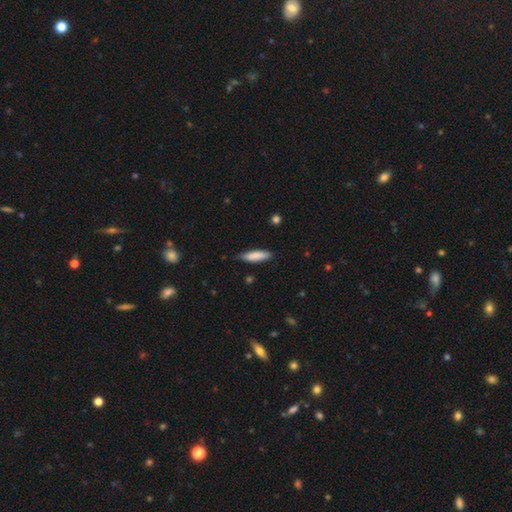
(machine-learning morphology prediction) Smooth or featured?
  - smooth: 86% *
  - featured or disk: 9%
  - star or artifact: 6%
How rounded?
  - cigar-shaped: 65% *
  - in between: 34%
  - round: 1%
Merging?
  - none: 83% *
  - minor disturbance: 14%
  - major disturbance: 2%
  - merger: 1%